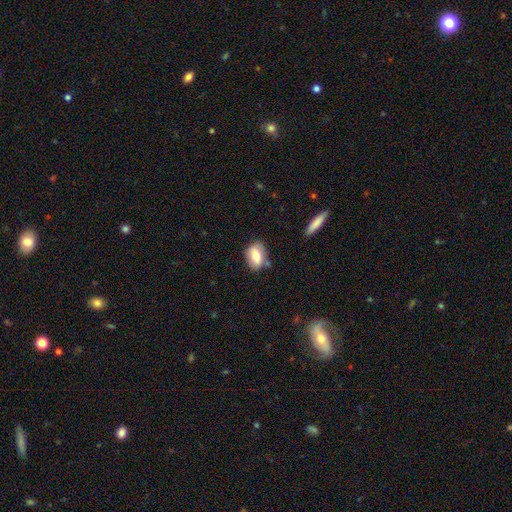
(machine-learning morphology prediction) A smooth galaxy with no disk features (74%) that is in between round and cigar-shaped (82%).

Vote fractions:
- Smooth or featured? smooth: 74% / featured or disk: 19% / star or artifact: 7%
- How rounded? in between: 82% / round: 16% / cigar-shaped: 2%
- Merging? none: 70% / minor disturbance: 19% / merger: 6% / major disturbance: 4%